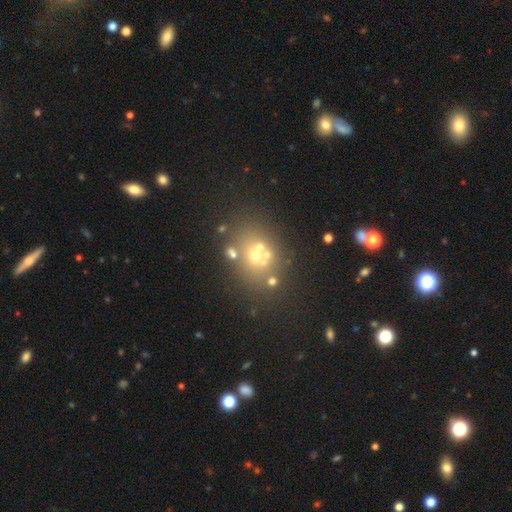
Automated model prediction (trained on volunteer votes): Smooth or featured?
  - smooth: 42% *
  - featured or disk: 29%
  - star or artifact: 29%
Merging?
  - none: 53% *
  - merger: 29%
  - minor disturbance: 11%
  - major disturbance: 7%